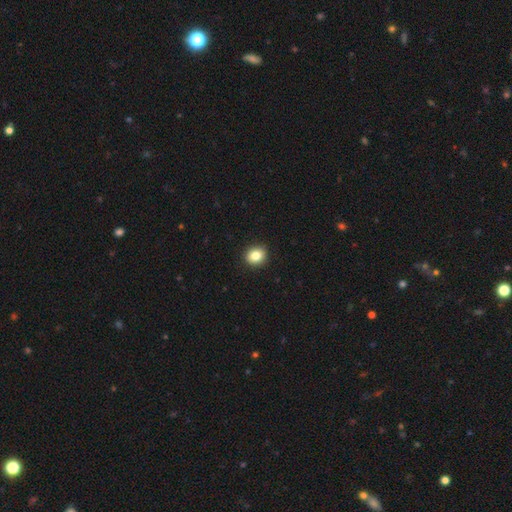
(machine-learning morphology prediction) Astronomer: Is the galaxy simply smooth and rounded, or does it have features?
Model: smooth — 83%.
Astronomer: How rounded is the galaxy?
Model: round — 72%.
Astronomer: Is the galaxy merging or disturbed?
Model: none — 92%.